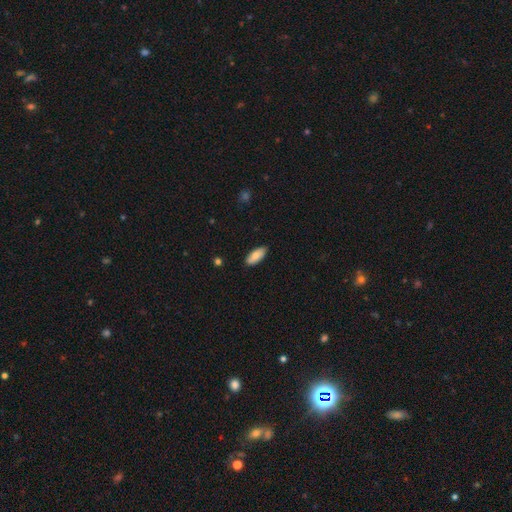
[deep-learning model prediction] Smooth or featured?
  - smooth: 82% *
  - featured or disk: 12%
  - star or artifact: 6%
How rounded?
  - in between: 84% *
  - cigar-shaped: 14%
  - round: 2%
Merging?
  - none: 88% *
  - minor disturbance: 9%
  - major disturbance: 2%
  - merger: 1%